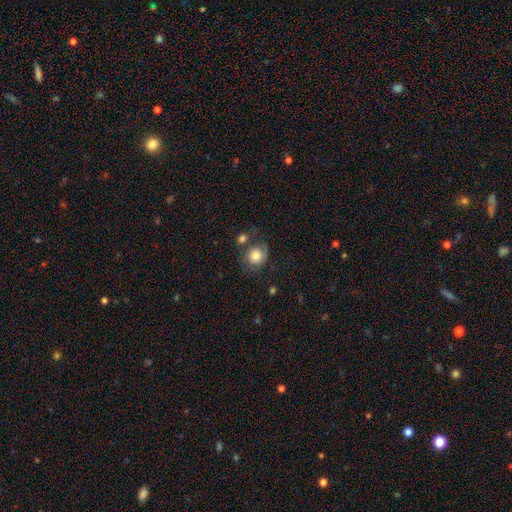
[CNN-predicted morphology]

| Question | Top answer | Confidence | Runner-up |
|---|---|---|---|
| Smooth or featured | smooth | 77% | featured or disk (14%) |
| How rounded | round | 81% | in between (18%) |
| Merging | none | 54% | minor disturbance (21%) |